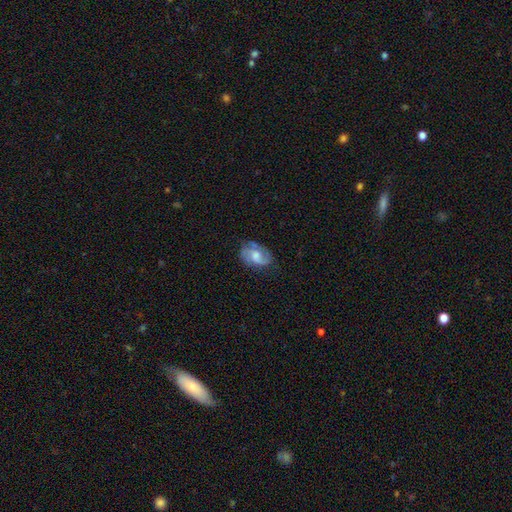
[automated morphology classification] A featured or disk galaxy (61%) with no bar (58%), 2 (64%) medium (45%) spiral arms (85%) and a moderate central bulge (55%).

Vote fractions:
- Smooth or featured? featured or disk: 61% / smooth: 31% / star or artifact: 8%
- Edge-on disk? no: 96% / yes: 4%
- Bar? no: 58% / weak: 35% / strong: 7%
- Spiral arms? yes: 85% / no: 15%
- Spiral winding? medium: 45% / tight: 29% / loose: 26%
- Spiral arm count? 2: 64% / can't tell: 18% / 3: 8% / 1: 7% / 4: 2% / more than 4: 2%
- Bulge size? moderate: 55% / large: 19% / small: 18% / none: 6% / dominant: 2%
- Merging? none: 66% / minor disturbance: 23% / major disturbance: 9% / merger: 2%